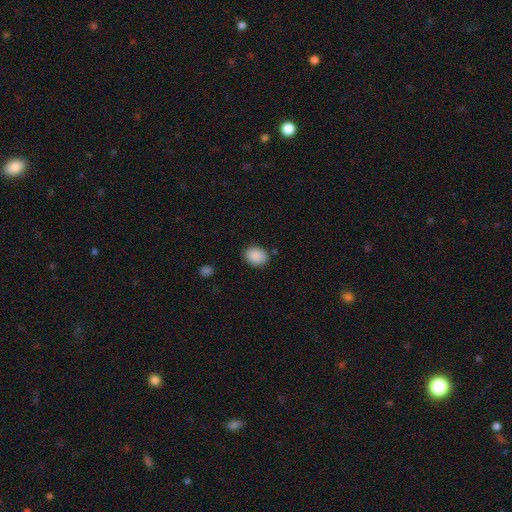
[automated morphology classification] Smooth or featured? Predicted: smooth (p=0.89). How rounded? Predicted: in between (p=0.57). Merging? Predicted: none (p=0.81).